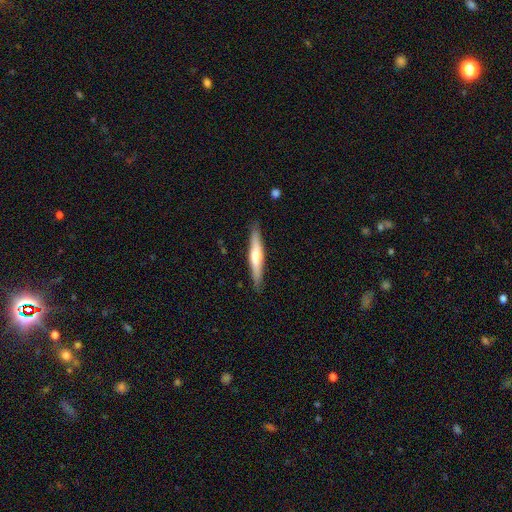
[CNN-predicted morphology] Smooth or featured? Predicted: featured or disk (p=0.50). Edge-on disk? Predicted: yes (p=0.95). Merging? Predicted: none (p=0.88).